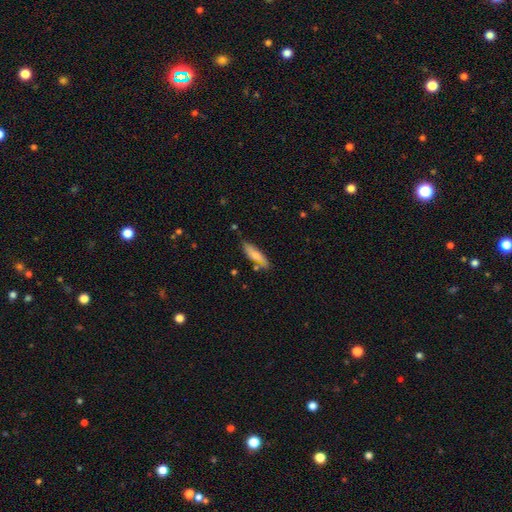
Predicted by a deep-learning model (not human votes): Smooth or featured?
  - smooth: 68% *
  - featured or disk: 25%
  - star or artifact: 7%
How rounded?
  - cigar-shaped: 59% *
  - in between: 39%
  - round: 2%
Merging?
  - none: 64% *
  - minor disturbance: 22%
  - merger: 9%
  - major disturbance: 5%